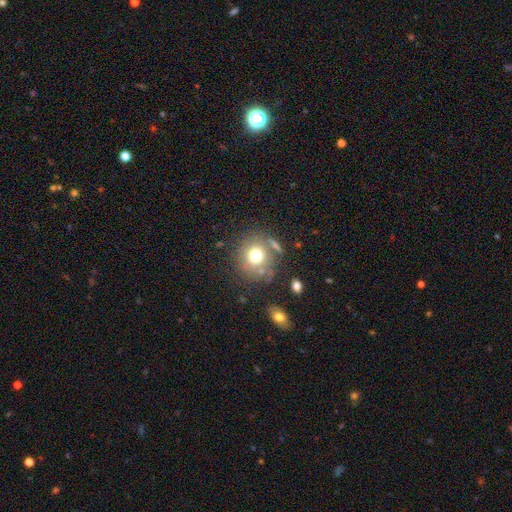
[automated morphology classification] Q: Smooth or featured?
A: smooth (72%); runner-up: featured or disk (16%)
Q: How rounded?
A: round (85%); runner-up: in between (14%)
Q: Merging?
A: none (69%); runner-up: minor disturbance (14%)